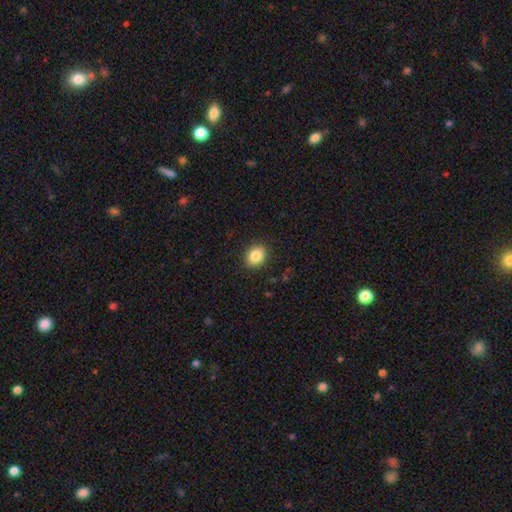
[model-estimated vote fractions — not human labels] This appears to be a smooth galaxy with no disk features (86%) that is in between round and cigar-shaped (52%). Merging: none (89%).